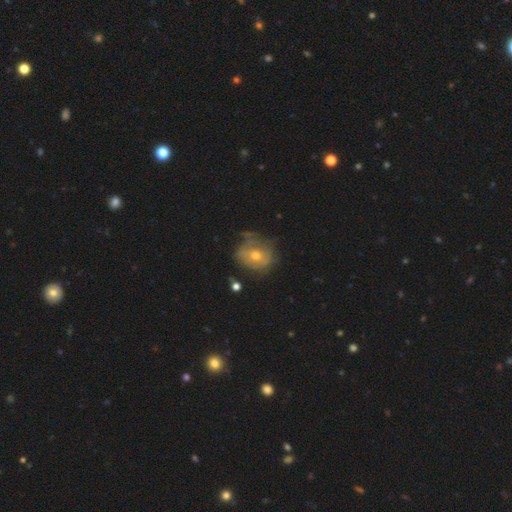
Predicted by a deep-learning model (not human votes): smooth-or-featured: featured or disk: 47% | smooth: 43% | star or artifact: 9%
  merging: none: 49% | minor disturbance: 30% | major disturbance: 18% | merger: 3%